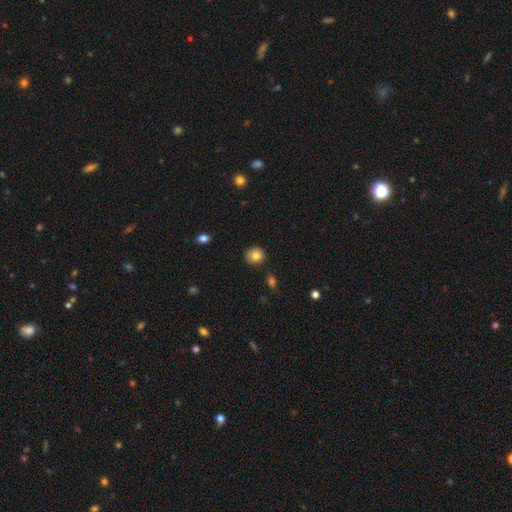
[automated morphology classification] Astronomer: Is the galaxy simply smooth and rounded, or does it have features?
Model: smooth — 82%.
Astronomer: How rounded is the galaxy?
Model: round — 79%.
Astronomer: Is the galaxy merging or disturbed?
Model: none — 83%.